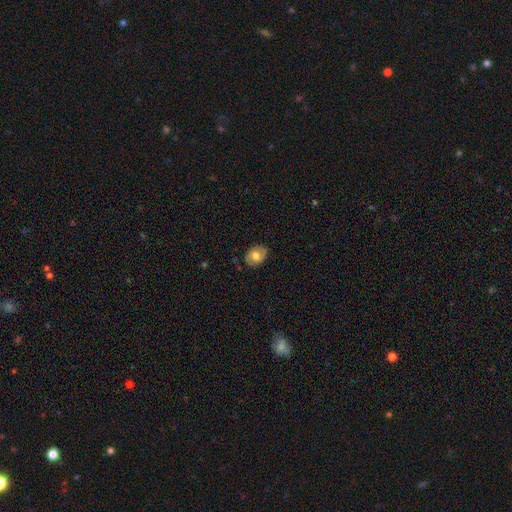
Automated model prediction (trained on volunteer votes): Smooth or featured: smooth — 55% (featured or disk — 37%)
How rounded: in between — 64% (round — 35%)
Merging: none — 82% (minor disturbance — 14%)